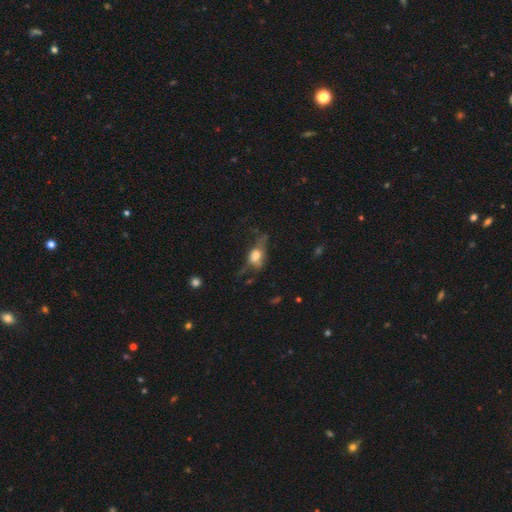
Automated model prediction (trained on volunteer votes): A smooth galaxy with no disk features (49%). Merging: none (35%, tied with major disturbance).